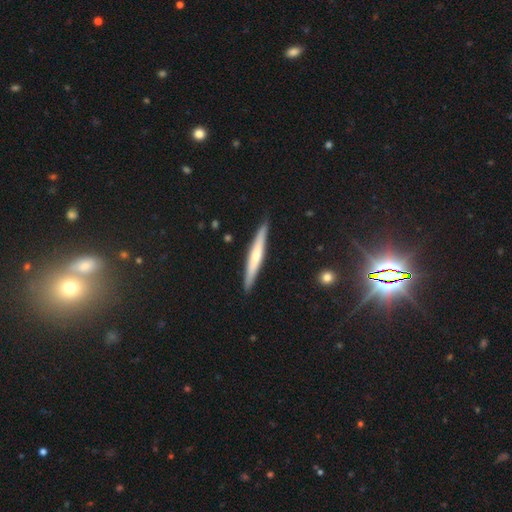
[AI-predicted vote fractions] This is possibly a featured or disk galaxy (52%). It is clearly viewed edge-on (96%). Merging: clearly none (89%).